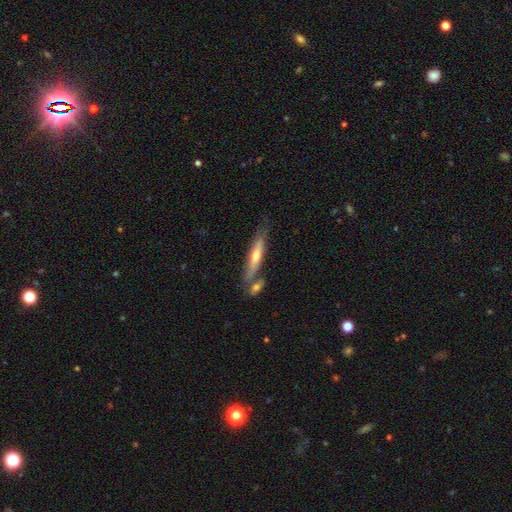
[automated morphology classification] featured or disk 52%, smooth 42%, star or artifact 6%. Down the decision tree: edge-on disk — yes (82%); merging — none (64%).